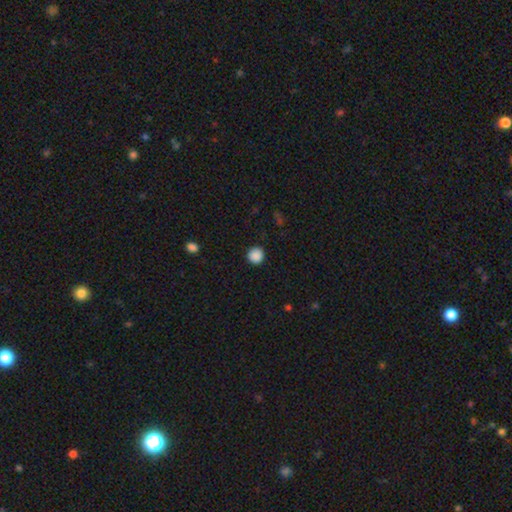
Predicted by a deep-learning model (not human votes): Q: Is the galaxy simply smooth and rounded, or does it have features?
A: smooth — 88%.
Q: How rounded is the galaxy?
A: round — 93%.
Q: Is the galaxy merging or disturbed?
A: none — 91%.